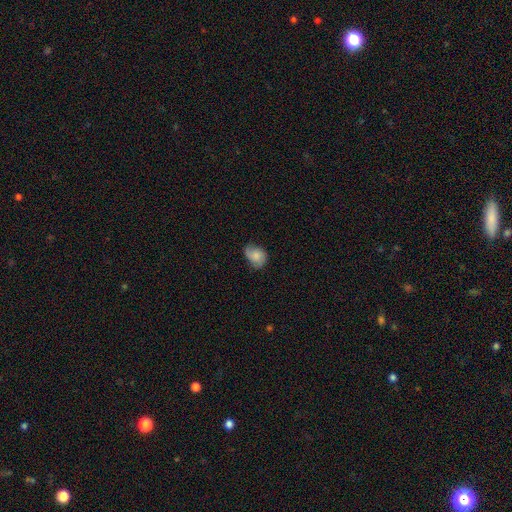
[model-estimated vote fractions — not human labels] This appears to be a smooth galaxy with no disk features (66%) that is in between round and cigar-shaped (66%). Merging: none (57%).